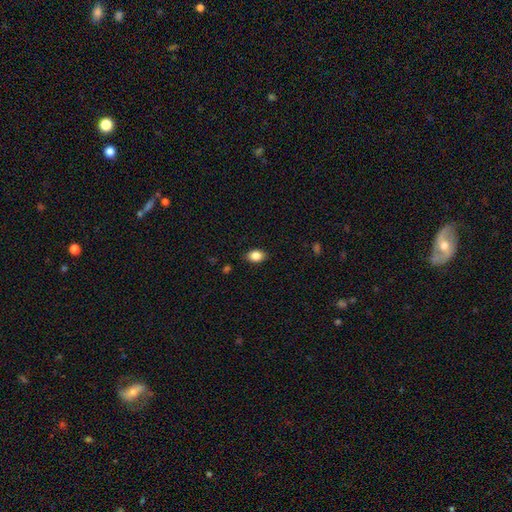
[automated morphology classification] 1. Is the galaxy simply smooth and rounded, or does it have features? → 85% smooth, 9% star or artifact, 6% featured or disk.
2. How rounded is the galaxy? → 77% in between, 22% round, 1% cigar-shaped.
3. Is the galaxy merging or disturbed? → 87% none, 10% minor disturbance, 2% major disturbance, 1% merger.